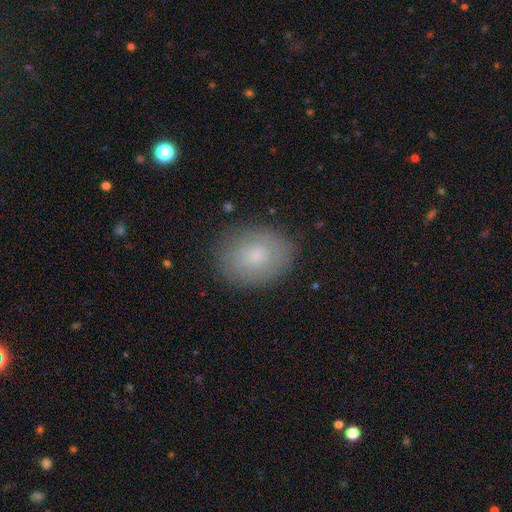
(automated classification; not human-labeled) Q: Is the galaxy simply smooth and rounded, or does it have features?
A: smooth — 72%.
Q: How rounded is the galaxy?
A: in between — 57%.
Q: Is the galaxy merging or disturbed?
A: none — 83%.